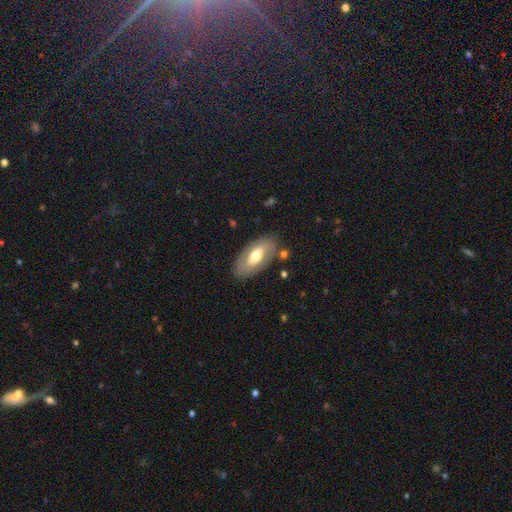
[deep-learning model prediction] Morphology: type=smooth (50%); merging=none (80%).